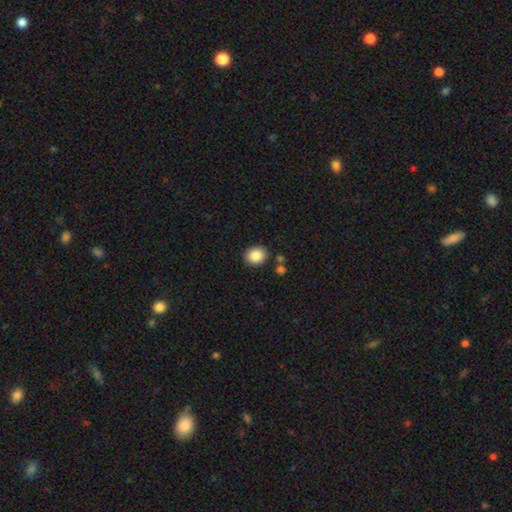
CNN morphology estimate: Overall: smooth (87%). How rounded: round (68%; in between 31%). Merging: none (86%).